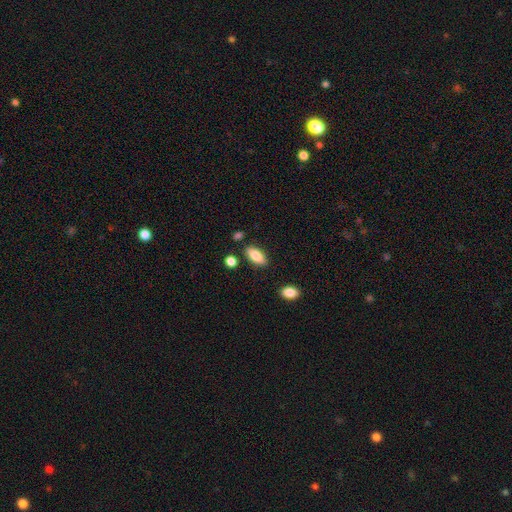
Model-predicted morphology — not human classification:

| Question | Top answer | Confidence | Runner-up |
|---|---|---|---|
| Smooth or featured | smooth | 84% | featured or disk (10%) |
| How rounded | in between | 87% | cigar-shaped (11%) |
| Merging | none | 84% | minor disturbance (10%) |